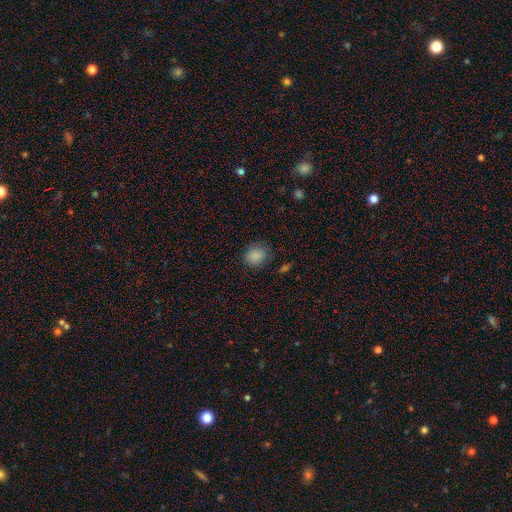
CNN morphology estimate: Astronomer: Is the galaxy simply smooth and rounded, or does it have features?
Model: smooth — 86%.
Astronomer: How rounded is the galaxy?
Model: round — 70%.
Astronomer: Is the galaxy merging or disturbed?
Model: none — 81%.